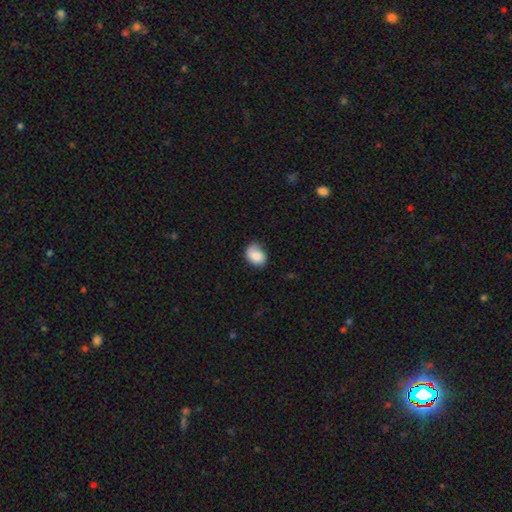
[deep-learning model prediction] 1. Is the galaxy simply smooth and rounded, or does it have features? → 83% smooth, 9% featured or disk, 7% star or artifact.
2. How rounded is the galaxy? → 70% in between, 29% round, 1% cigar-shaped.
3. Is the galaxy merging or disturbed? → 65% none, 27% minor disturbance, 6% major disturbance, 1% merger.